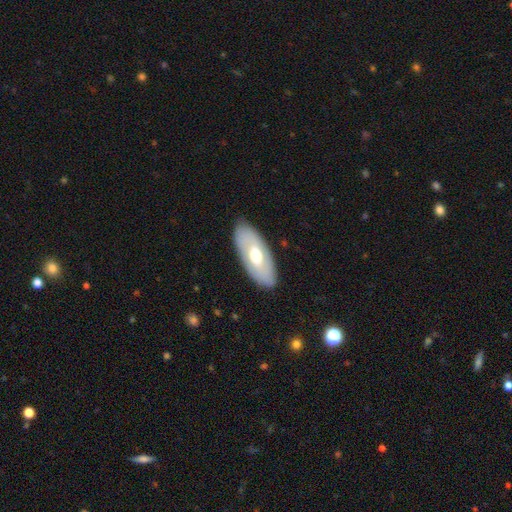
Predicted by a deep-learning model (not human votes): A featured or disk galaxy (47%, tied with smooth). Merging: none (86%).